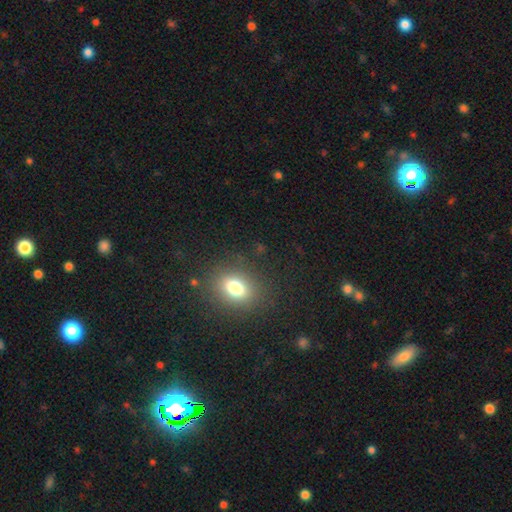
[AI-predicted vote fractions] Smooth or featured: smooth — 72% (star or artifact — 19%)
How rounded: in between — 55% (round — 43%)
Merging: none — 88% (minor disturbance — 8%)